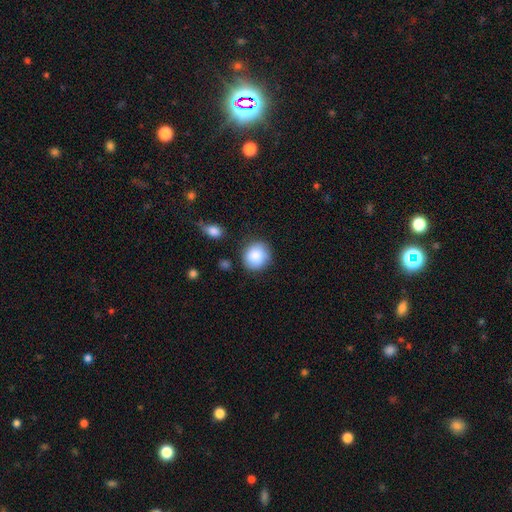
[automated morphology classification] type=smooth (85%); roundness=round (84%); merging=none (78%).